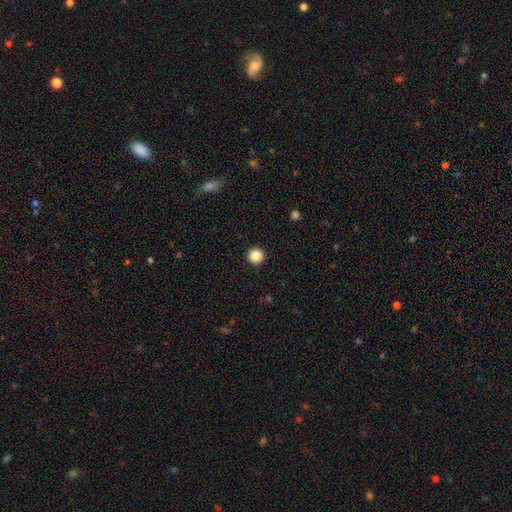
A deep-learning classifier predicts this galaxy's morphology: smooth-or-featured: smooth: 86% | star or artifact: 10% | featured or disk: 4%
  how-rounded: round: 96% | in between: 3% | cigar-shaped: 1%
  merging: none: 94% | minor disturbance: 4% | major disturbance: 1% | merger: 1%